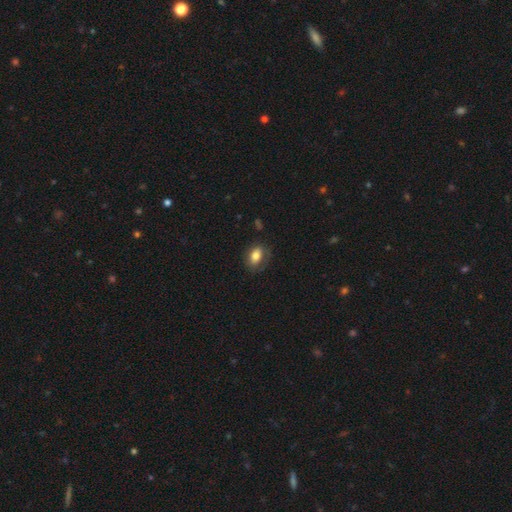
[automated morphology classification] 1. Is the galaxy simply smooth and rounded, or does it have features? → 76% smooth, 16% featured or disk, 8% star or artifact.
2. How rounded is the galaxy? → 84% in between, 14% round, 2% cigar-shaped.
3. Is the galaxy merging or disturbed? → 71% none, 19% minor disturbance, 8% major disturbance, 2% merger.